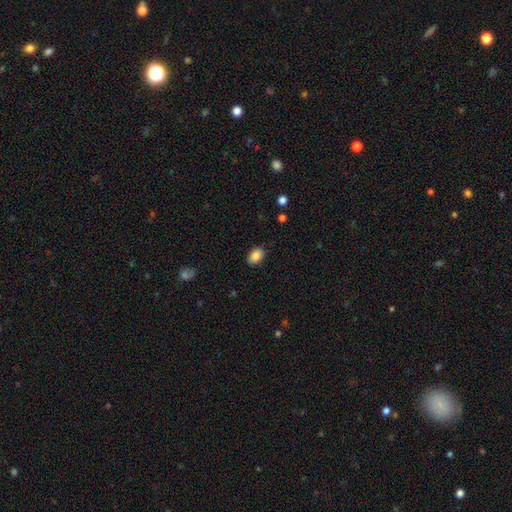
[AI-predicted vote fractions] Q: Smooth or featured?
A: smooth (86%); runner-up: star or artifact (8%)
Q: How rounded?
A: in between (82%); runner-up: round (17%)
Q: Merging?
A: none (86%); runner-up: minor disturbance (11%)